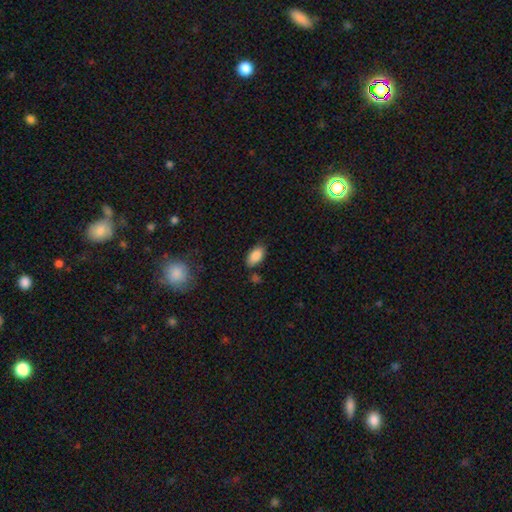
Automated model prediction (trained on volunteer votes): smooth_or_featured: smooth (p=0.88) [alt: star or artifact p=0.07]
how_rounded: in between (p=0.94) [alt: round p=0.03]
merging: none (p=0.78) [alt: minor disturbance p=0.14]